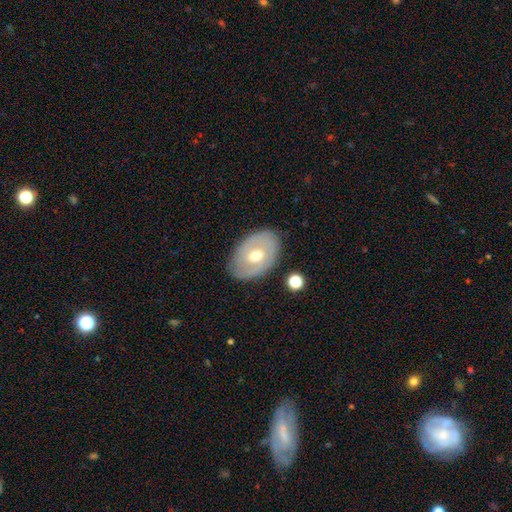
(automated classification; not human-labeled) Smooth or featured: featured or disk — 51% (smooth — 42%)
Edge-on disk: no — 91% (yes — 9%)
Merging: none — 83% (minor disturbance — 12%)